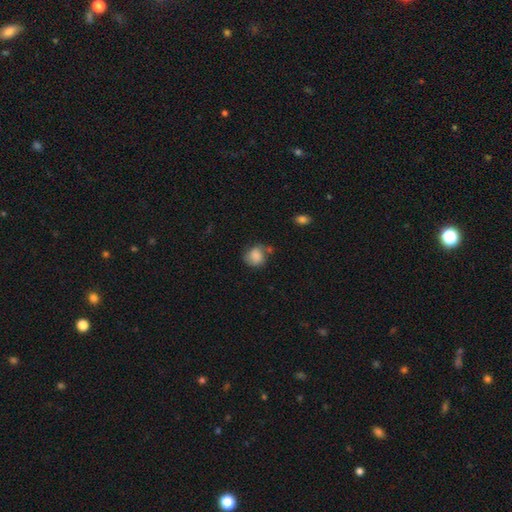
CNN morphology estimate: The model was most divided on "merging": none: 52%, minor disturbance: 26%, merger: 11%, major disturbance: 10%. More confident: smooth or featured — smooth (81%); how rounded — round (70%).